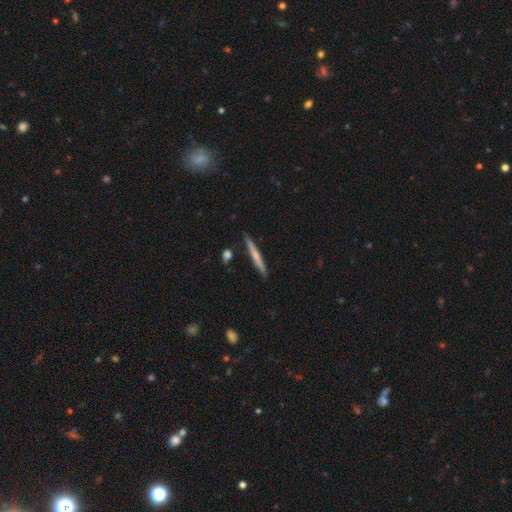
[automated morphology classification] Smooth or featured?
  - smooth: 50% *
  - featured or disk: 44%
  - star or artifact: 5%
How rounded?
  - cigar-shaped: 96% *
  - in between: 3%
  - round: 2%
Merging?
  - none: 88% *
  - minor disturbance: 8%
  - merger: 2%
  - major disturbance: 2%